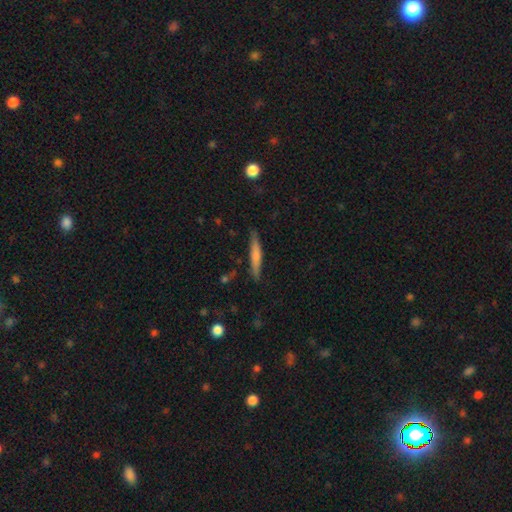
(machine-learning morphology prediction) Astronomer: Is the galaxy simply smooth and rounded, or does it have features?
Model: smooth — 64%.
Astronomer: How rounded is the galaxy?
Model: cigar-shaped — 93%.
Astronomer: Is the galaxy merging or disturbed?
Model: none — 84%.